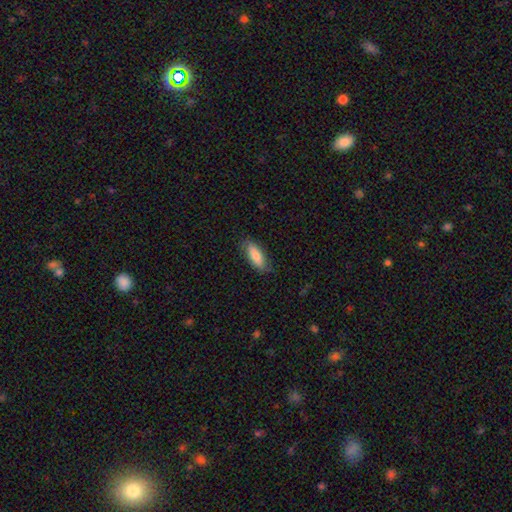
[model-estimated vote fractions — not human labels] A smooth galaxy with no disk features (82%) that is in between round and cigar-shaped (75%).

Vote fractions:
- Smooth or featured? smooth: 82% / featured or disk: 12% / star or artifact: 6%
- How rounded? in between: 75% / cigar-shaped: 23% / round: 2%
- Merging? none: 76% / minor disturbance: 18% / major disturbance: 4% / merger: 1%